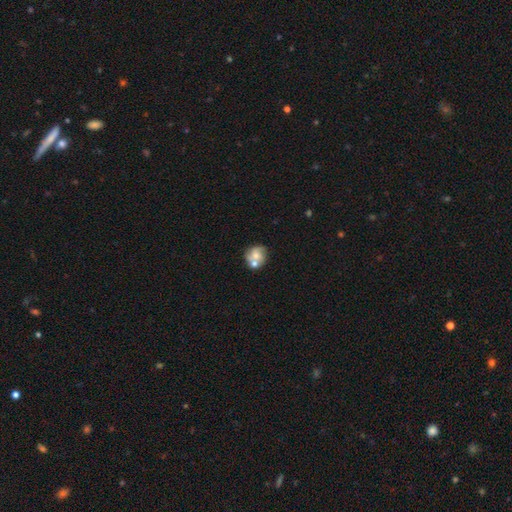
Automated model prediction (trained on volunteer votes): A smooth galaxy with no disk features (47%). Merging: none (48%).